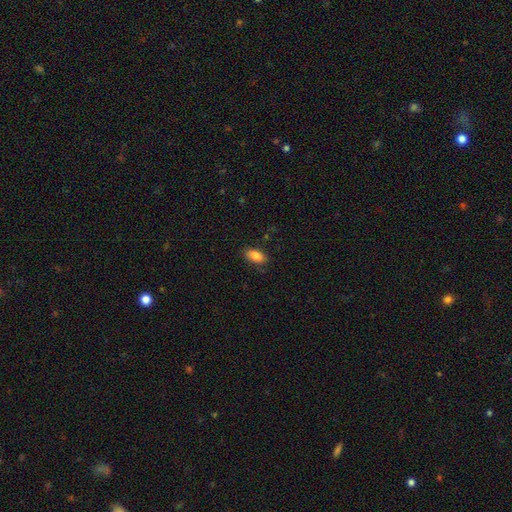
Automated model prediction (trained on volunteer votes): A smooth galaxy with no disk features (86%) that is in between round and cigar-shaped (91%).

Vote fractions:
- Smooth or featured? smooth: 86% / star or artifact: 8% / featured or disk: 7%
- How rounded? in between: 91% / round: 5% / cigar-shaped: 4%
- Merging? none: 83% / minor disturbance: 13% / major disturbance: 3% / merger: 1%